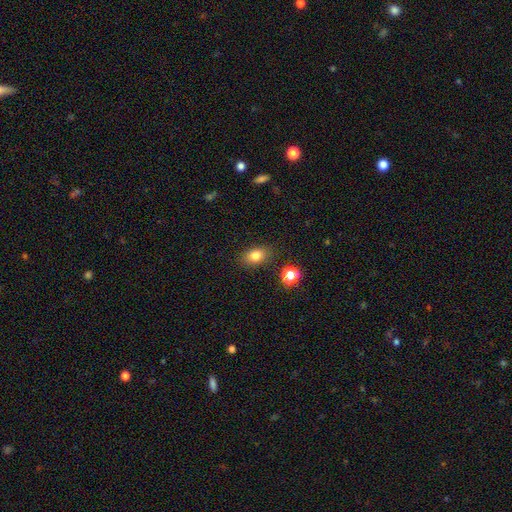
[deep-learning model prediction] A smooth galaxy with no disk features (80%) that is in between round and cigar-shaped (75%).

Vote fractions:
- Smooth or featured? smooth: 80% / star or artifact: 12% / featured or disk: 9%
- How rounded? in between: 75% / round: 23% / cigar-shaped: 2%
- Merging? none: 85% / minor disturbance: 10% / major disturbance: 3% / merger: 2%